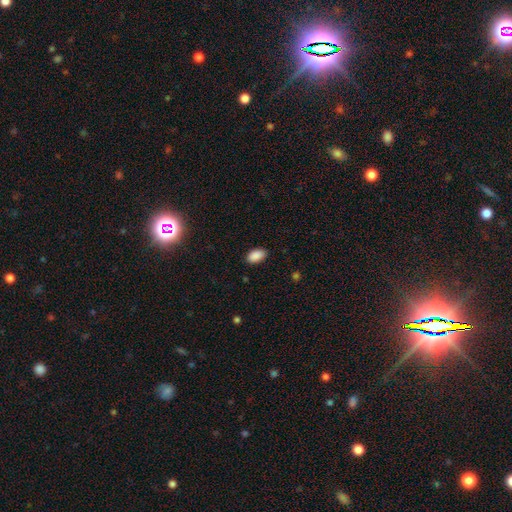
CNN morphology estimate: This is clearly a smooth galaxy (89%). How rounded: clearly in between (94%). Merging: clearly none (88%).